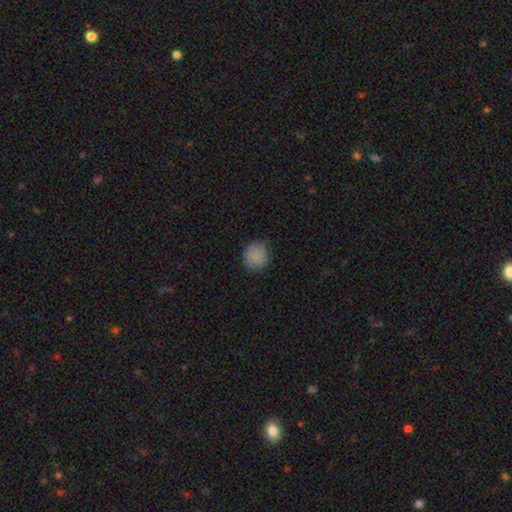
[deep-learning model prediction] smooth_or_featured: smooth (p=0.85) [alt: star or artifact p=0.09]
how_rounded: round (p=0.90) [alt: in between p=0.09]
merging: none (p=0.81) [alt: minor disturbance p=0.14]